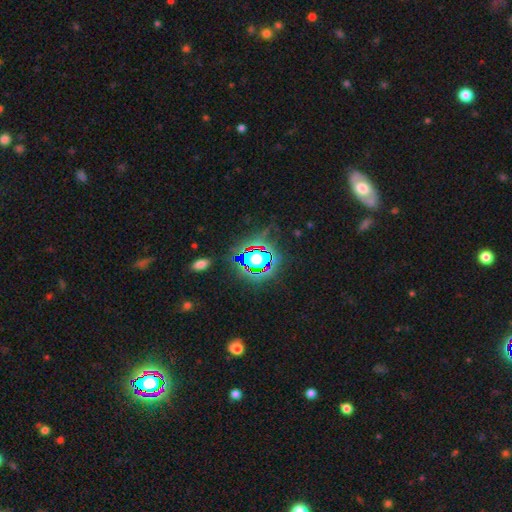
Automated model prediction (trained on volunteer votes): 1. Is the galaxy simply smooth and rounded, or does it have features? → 73% star or artifact, 16% smooth, 11% featured or disk.